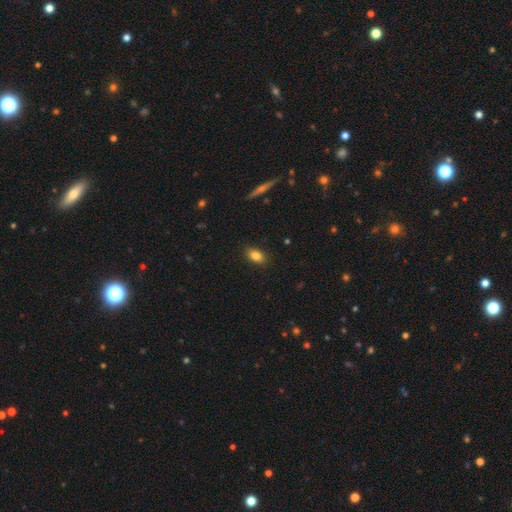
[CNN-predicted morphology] smooth_or_featured: smooth (p=0.84) [alt: star or artifact p=0.09]
how_rounded: in between (p=0.86) [alt: round p=0.11]
merging: none (p=0.87) [alt: minor disturbance p=0.10]